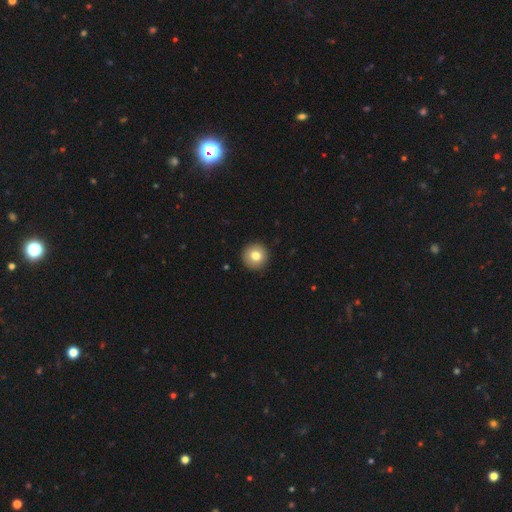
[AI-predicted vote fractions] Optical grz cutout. It shows a smooth galaxy with no disk features (79%) that is round (96%). Merging: none (93%).